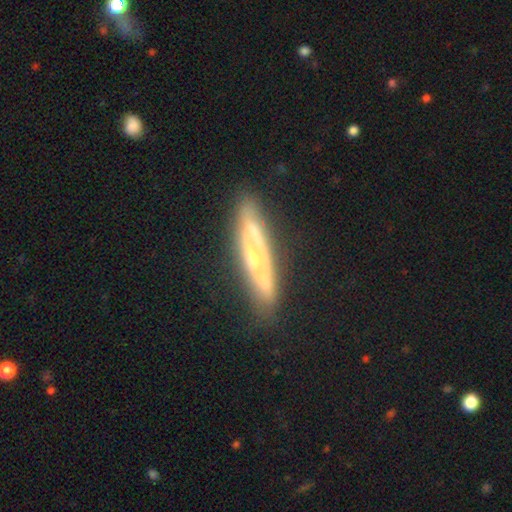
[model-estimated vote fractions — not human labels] Overall: featured or disk (64%; smooth 29%). Edge-on disk: yes (71%). Merging: none (79%).